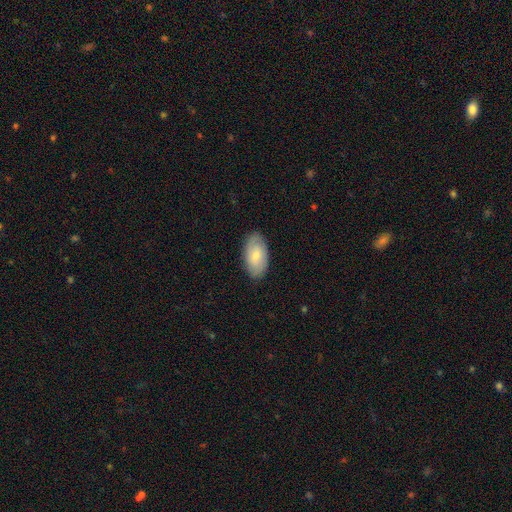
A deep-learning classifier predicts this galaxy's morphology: smooth 69%, featured or disk 25%, star or artifact 6%. Down the decision tree: how rounded — in between (95%); merging — none (85%).